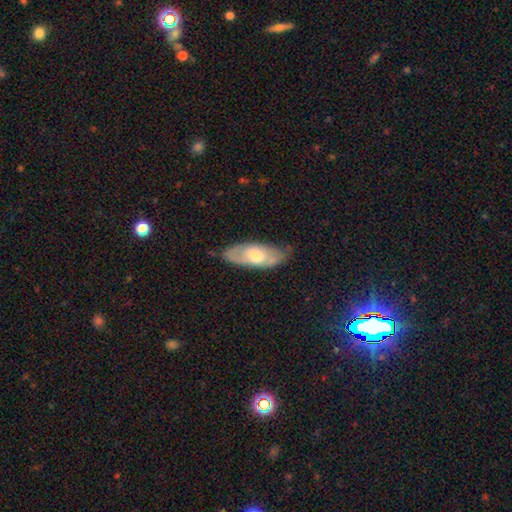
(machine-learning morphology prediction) Smooth or featured?
  - featured or disk: 47% * (tied)
  - smooth: 47% * (tied)
  - star or artifact: 6%
Merging?
  - none: 72% *
  - minor disturbance: 22%
  - major disturbance: 4%
  - merger: 1%